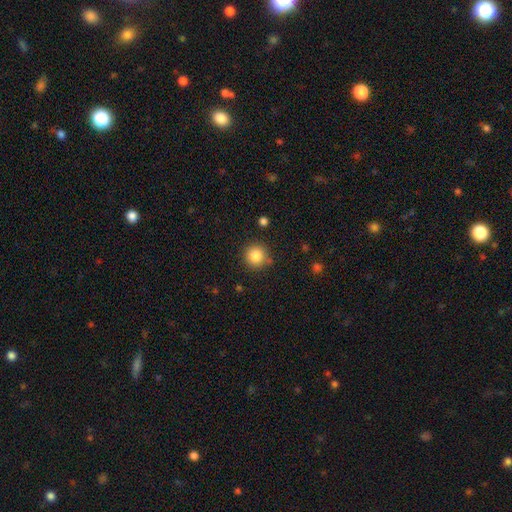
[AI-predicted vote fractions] smooth_or_featured: smooth (p=0.85) [alt: star or artifact p=0.10]
how_rounded: round (p=0.95) [alt: in between p=0.05]
merging: none (p=0.86) [alt: minor disturbance p=0.09]